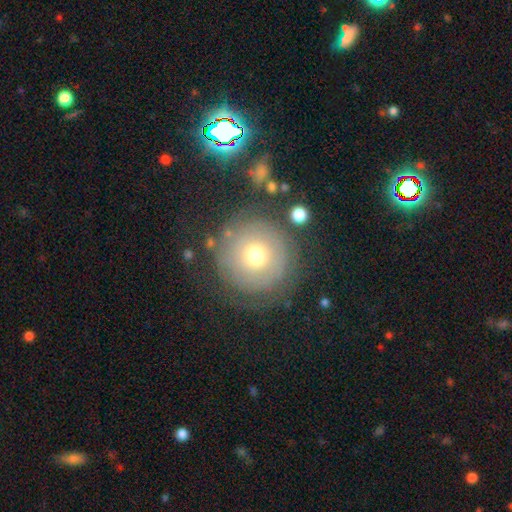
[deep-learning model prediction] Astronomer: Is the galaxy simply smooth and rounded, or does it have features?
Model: smooth — 52% (runner-up: featured or disk, 36%).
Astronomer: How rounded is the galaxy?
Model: round — 95%.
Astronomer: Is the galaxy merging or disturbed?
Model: none — 77%.